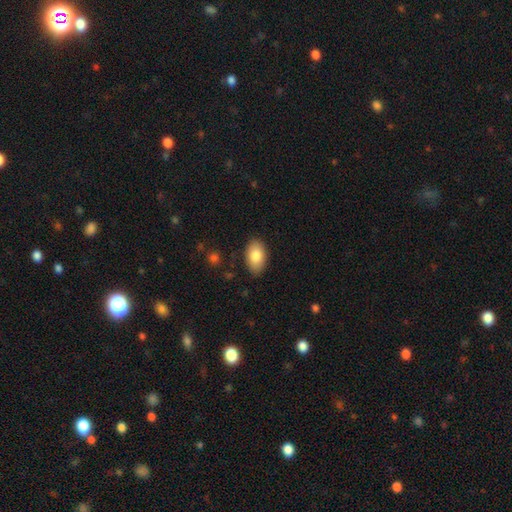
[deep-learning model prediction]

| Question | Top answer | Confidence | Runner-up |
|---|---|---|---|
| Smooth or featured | smooth | 83% | featured or disk (11%) |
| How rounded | in between | 92% | round (6%) |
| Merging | none | 86% | minor disturbance (11%) |